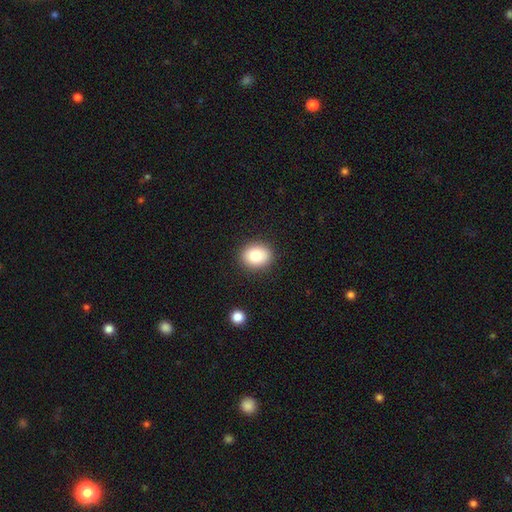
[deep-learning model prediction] This is clearly a smooth galaxy (82%). How rounded: likely round (61%). Merging: clearly none (90%).